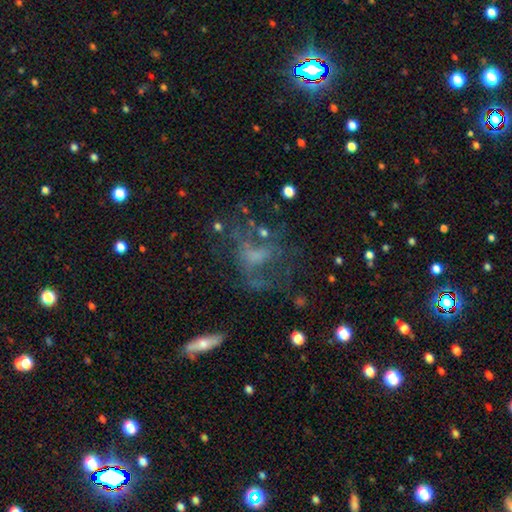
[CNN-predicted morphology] Smooth or featured? featured or disk (56%)
Edge-on disk? no (95%)
Bar? no (70%)
Spiral arms? no (62%)
Bulge size? none (47%)
Merging? none (46%)